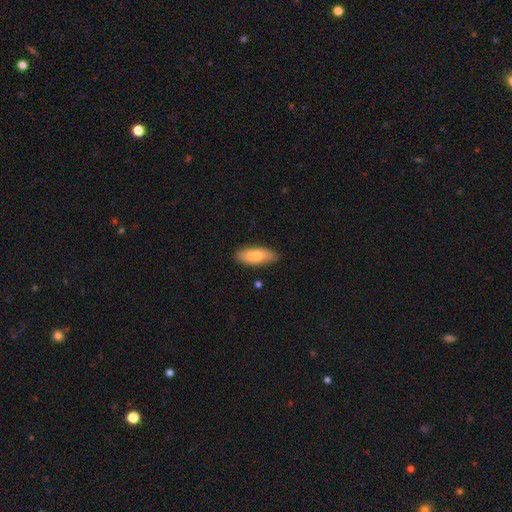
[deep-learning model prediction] Morphology: type=smooth (71%); roundness=in between (75%); merging=none (85%).